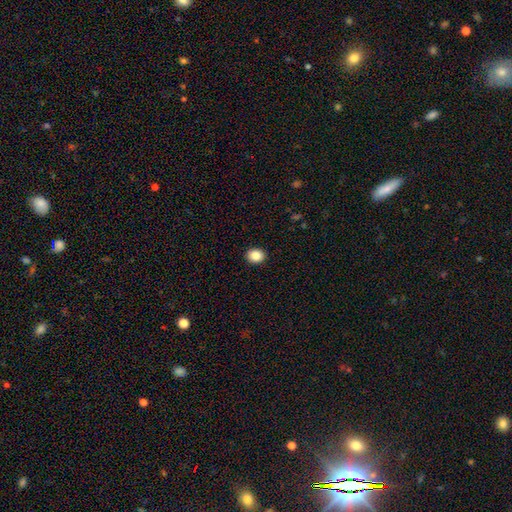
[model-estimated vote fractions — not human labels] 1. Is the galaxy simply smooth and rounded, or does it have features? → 86% smooth, 9% star or artifact, 5% featured or disk.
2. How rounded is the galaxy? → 60% round, 39% in between, 1% cigar-shaped.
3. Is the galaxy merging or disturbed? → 92% none, 6% minor disturbance, 2% major disturbance, 1% merger.